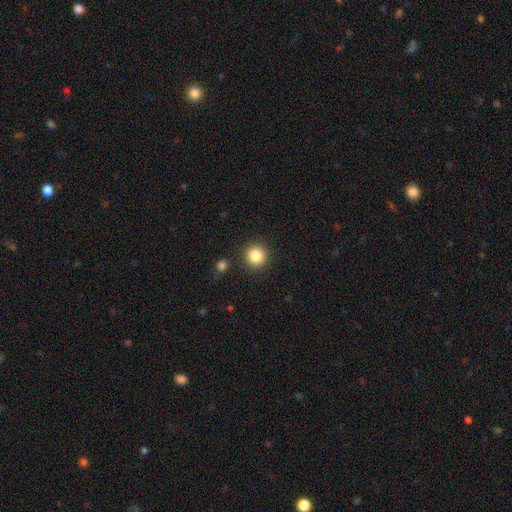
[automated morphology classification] A smooth galaxy with no disk features (84%) that is round (94%). Merging: none (89%).